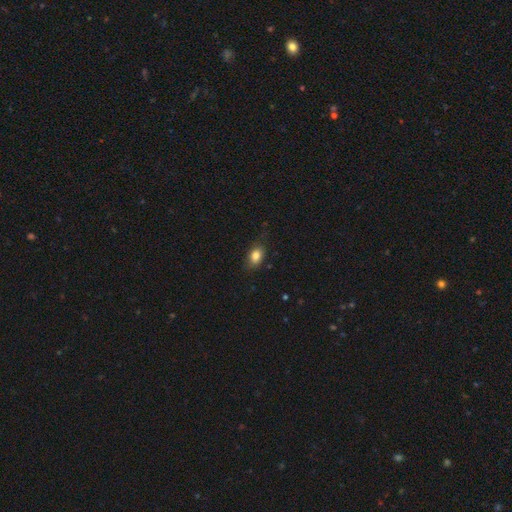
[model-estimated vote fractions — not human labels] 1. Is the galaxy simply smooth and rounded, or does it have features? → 84% smooth, 9% star or artifact, 8% featured or disk.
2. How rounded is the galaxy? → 83% in between, 15% round, 2% cigar-shaped.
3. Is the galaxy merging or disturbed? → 78% none, 17% minor disturbance, 4% major disturbance, 1% merger.